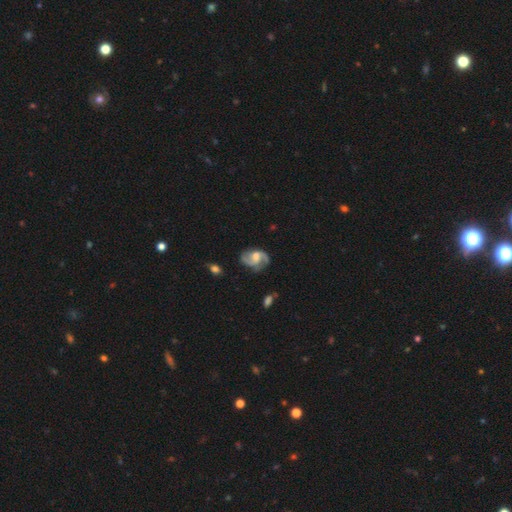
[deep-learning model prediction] This appears to be a featured or disk galaxy (82%) with no bar (49%), 2 (83%) medium (47%) spiral arms (95%) and a moderate central bulge (56%). Merging: none (68%).